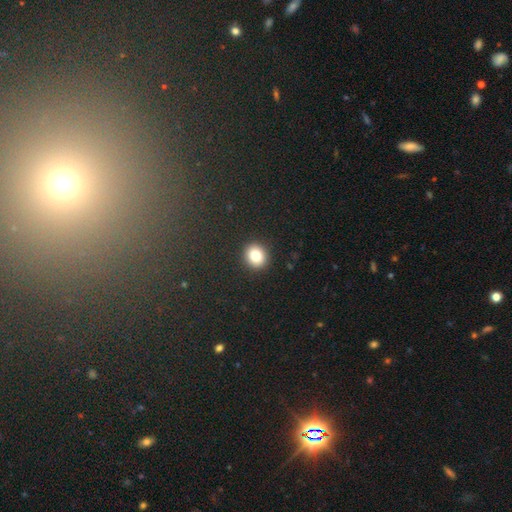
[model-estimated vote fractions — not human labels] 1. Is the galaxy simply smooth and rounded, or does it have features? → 83% smooth, 10% star or artifact, 7% featured or disk.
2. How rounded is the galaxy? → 79% round, 20% in between, 1% cigar-shaped.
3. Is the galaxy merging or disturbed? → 92% none, 5% minor disturbance, 2% major disturbance, 1% merger.